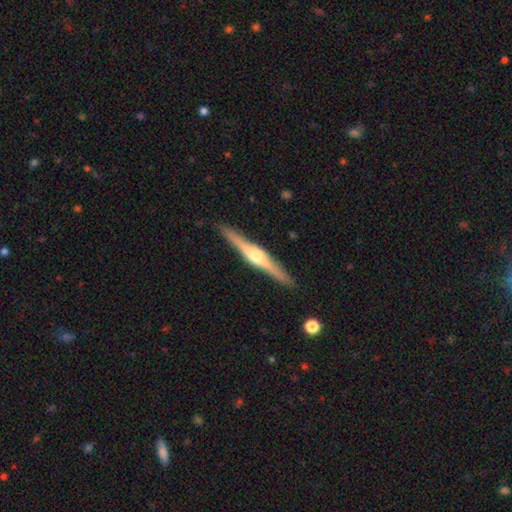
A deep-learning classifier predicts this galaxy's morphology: Smooth or featured: featured or disk — 82% (smooth — 14%)
Edge-on disk: yes — 98% (no — 2%)
Edge-on bulge: rounded — 90% (boxy — 7%)
Merging: none — 91% (minor disturbance — 6%)